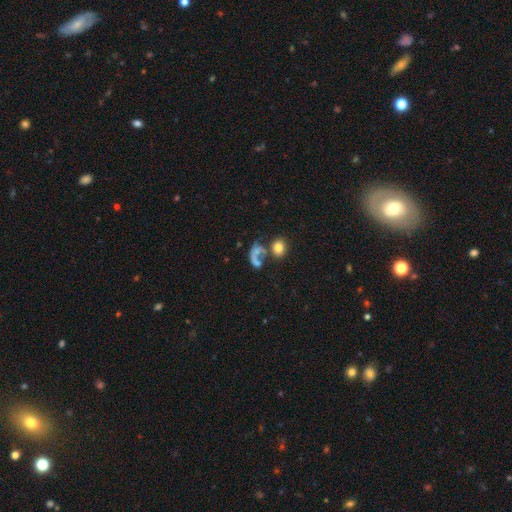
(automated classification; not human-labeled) smooth-or-featured: smooth: 50% | featured or disk: 35% | star or artifact: 15%
  merging: merger: 37% | major disturbance: 29% | none: 23% | minor disturbance: 11%